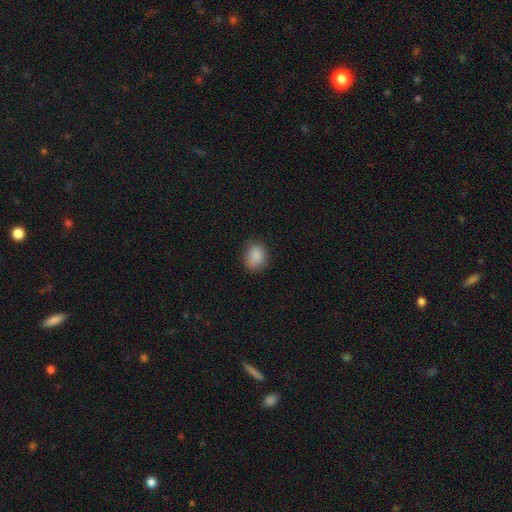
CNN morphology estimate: Q: Smooth or featured?
A: smooth (87%); runner-up: star or artifact (9%)
Q: How rounded?
A: in between (52%); runner-up: round (47%)
Q: Merging?
A: none (77%); runner-up: minor disturbance (18%)